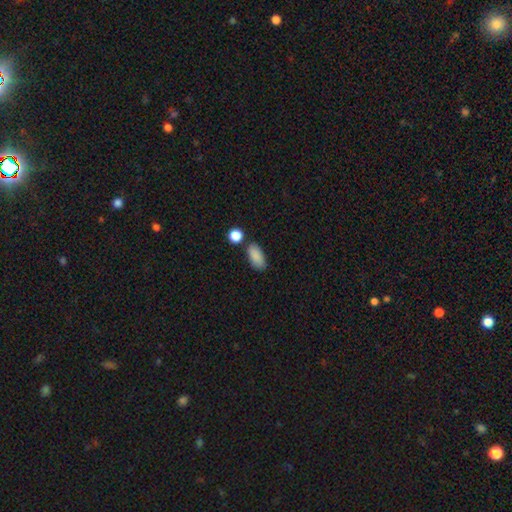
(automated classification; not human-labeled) This appears to be a smooth galaxy with no disk features (87%) that is in between round and cigar-shaped (89%). Merging: none (74%).